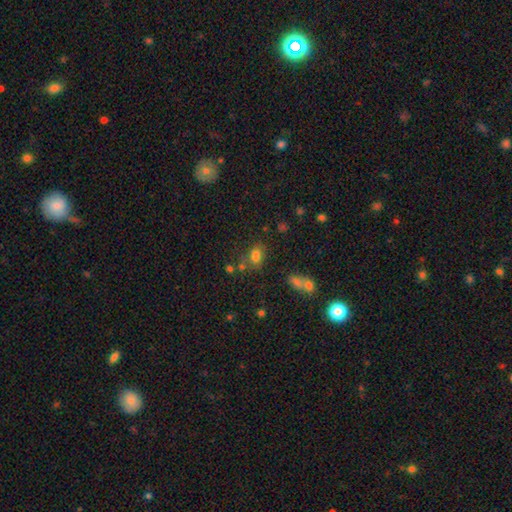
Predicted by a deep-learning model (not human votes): smooth 73%, star or artifact 17%, featured or disk 10%. Down the decision tree: how rounded — in between (65%); merging — none (58%).